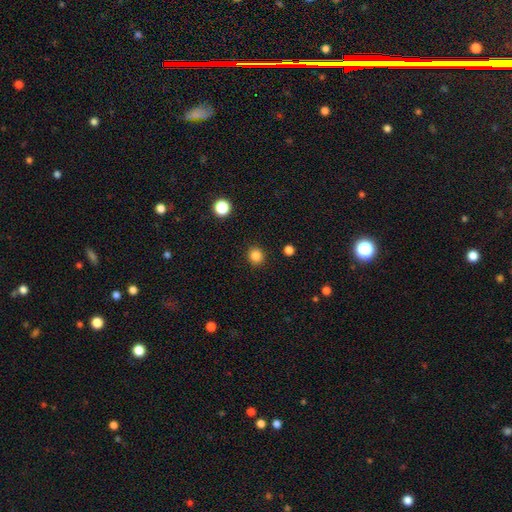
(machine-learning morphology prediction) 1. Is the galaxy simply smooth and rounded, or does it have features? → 85% smooth, 12% star or artifact, 3% featured or disk.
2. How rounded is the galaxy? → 88% round, 11% in between, 1% cigar-shaped.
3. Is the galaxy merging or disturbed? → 91% none, 5% minor disturbance, 2% major disturbance, 1% merger.